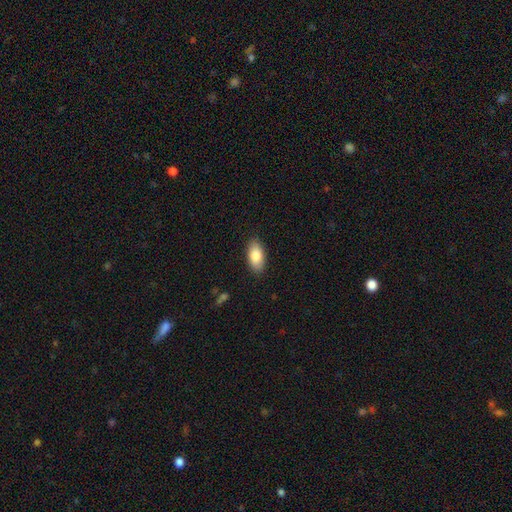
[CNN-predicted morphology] Smooth or featured? Predicted: smooth (p=0.85). How rounded? Predicted: in between (p=0.92). Merging? Predicted: none (p=0.87).